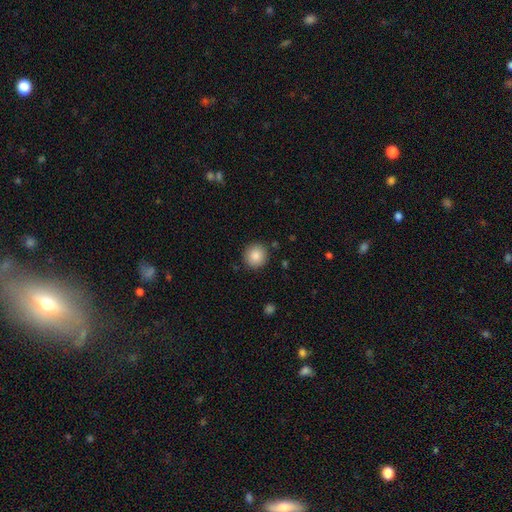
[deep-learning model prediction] smooth_or_featured: smooth (p=0.87) [alt: star or artifact p=0.08]
how_rounded: round (p=0.90) [alt: in between p=0.09]
merging: none (p=0.89) [alt: minor disturbance p=0.07]